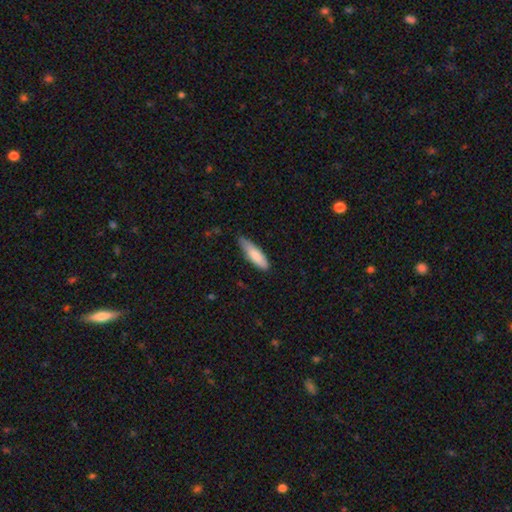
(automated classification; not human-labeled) Smooth or featured? smooth (80%)
How rounded? cigar-shaped (57%)
Merging? none (65%)